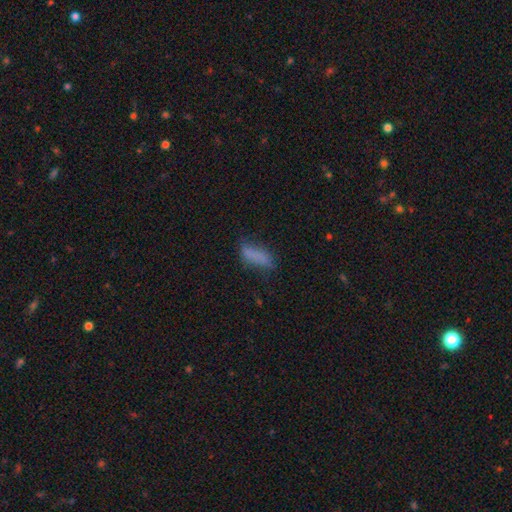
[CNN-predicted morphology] smooth-or-featured: smooth: 76% | featured or disk: 14% | star or artifact: 10%
  how-rounded: in between: 58% | cigar-shaped: 39% | round: 3%
  merging: none: 55% | minor disturbance: 28% | major disturbance: 13% | merger: 4%